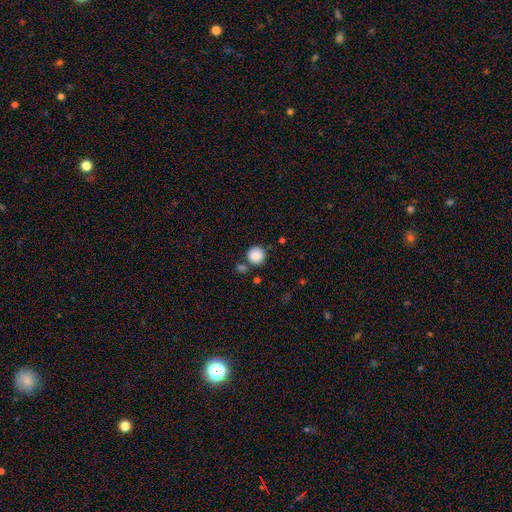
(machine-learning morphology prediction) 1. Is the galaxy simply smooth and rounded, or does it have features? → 88% smooth, 9% star or artifact, 4% featured or disk.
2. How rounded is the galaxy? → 94% round, 5% in between, 1% cigar-shaped.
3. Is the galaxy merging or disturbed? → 77% none, 10% merger, 10% minor disturbance, 3% major disturbance.